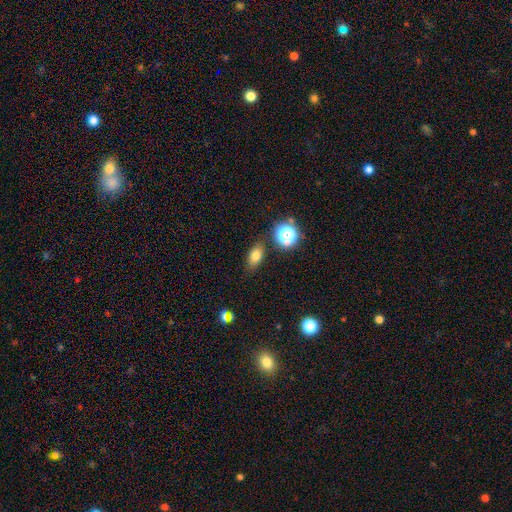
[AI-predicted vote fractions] smooth-or-featured: smooth: 73% | star or artifact: 16% | featured or disk: 11%
  how-rounded: in between: 79% | round: 16% | cigar-shaped: 5%
  merging: none: 81% | minor disturbance: 11% | merger: 4% | major disturbance: 3%